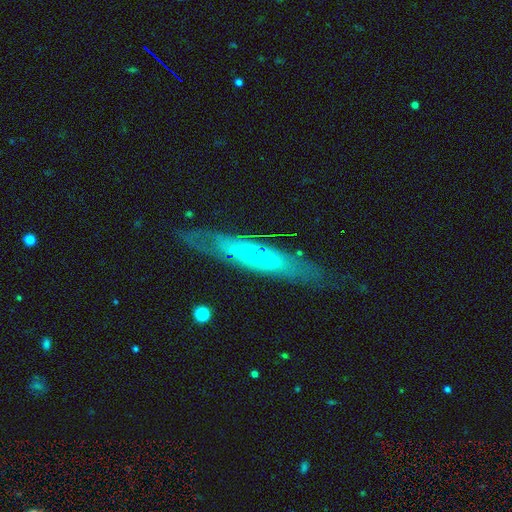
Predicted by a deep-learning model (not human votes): Smooth or featured: featured or disk — 69% (smooth — 24%)
Edge-on disk: no — 51% (yes — 49%)
Merging: none — 76% (minor disturbance — 16%)